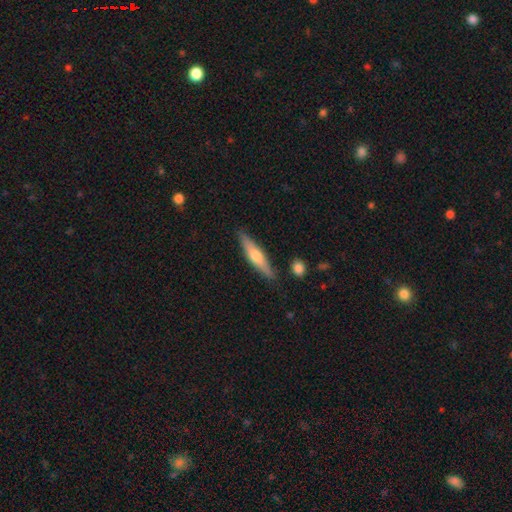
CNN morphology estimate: Smooth or featured? featured or disk (52%)
Edge-on disk? yes (93%)
Merging? none (86%)